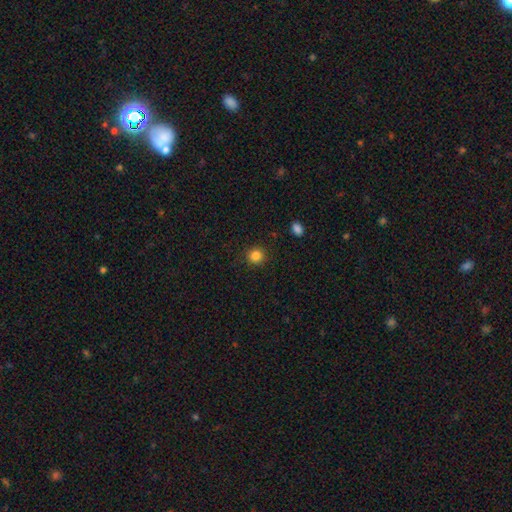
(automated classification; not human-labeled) Morphology: type=smooth (84%); roundness=round (93%); merging=none (91%).